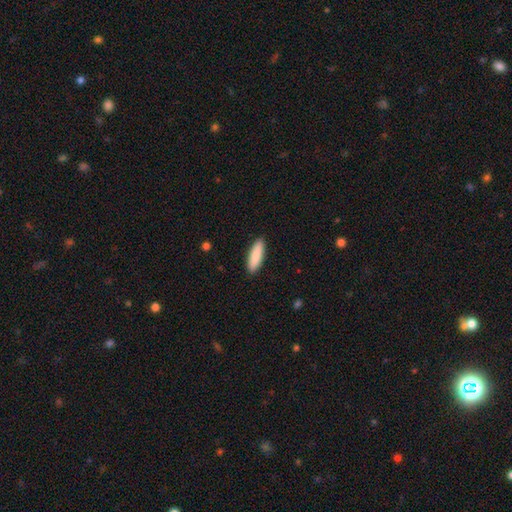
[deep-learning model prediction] Overall: smooth (88%). How rounded: cigar-shaped (57%; in between 41%). Merging: none (91%).